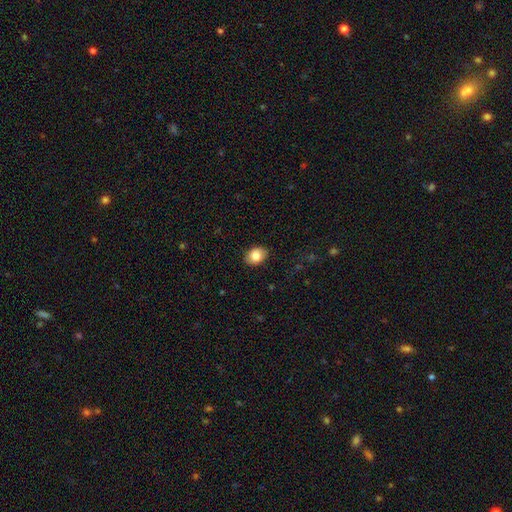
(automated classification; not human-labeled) Q: Smooth or featured?
A: smooth (84%); runner-up: featured or disk (8%)
Q: How rounded?
A: in between (72%); runner-up: round (27%)
Q: Merging?
A: none (88%); runner-up: minor disturbance (9%)